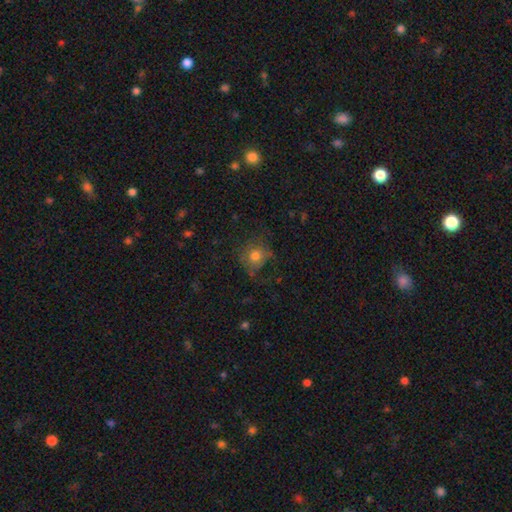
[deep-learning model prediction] This appears to be a smooth galaxy with no disk features (69%) that is round (81%). Merging: none (60%).